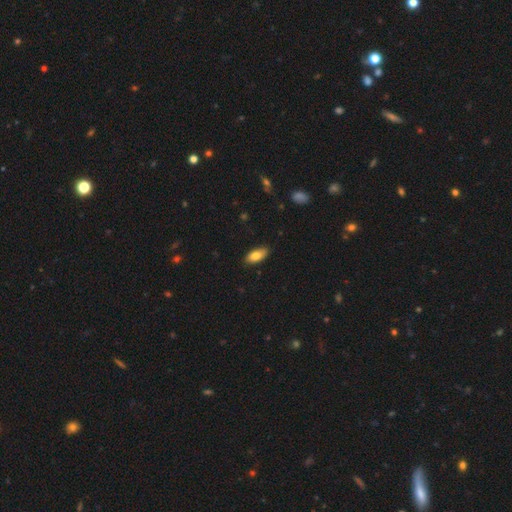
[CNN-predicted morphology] This is likely a smooth galaxy (80%). How rounded: clearly in between (86%). Merging: clearly none (86%).